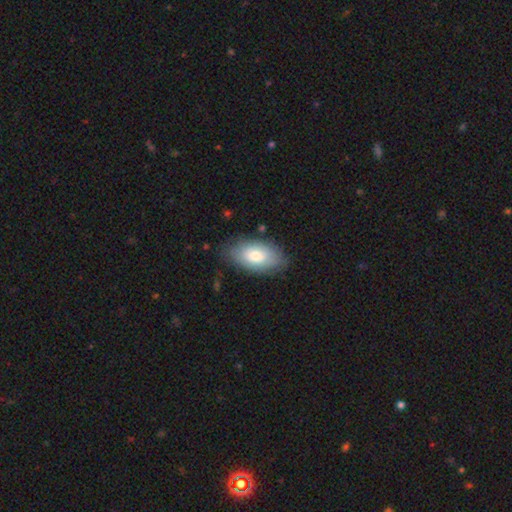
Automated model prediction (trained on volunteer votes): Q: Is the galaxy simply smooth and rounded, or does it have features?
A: smooth — 74%.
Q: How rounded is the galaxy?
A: in between — 94%.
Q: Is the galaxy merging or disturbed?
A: none — 79%.